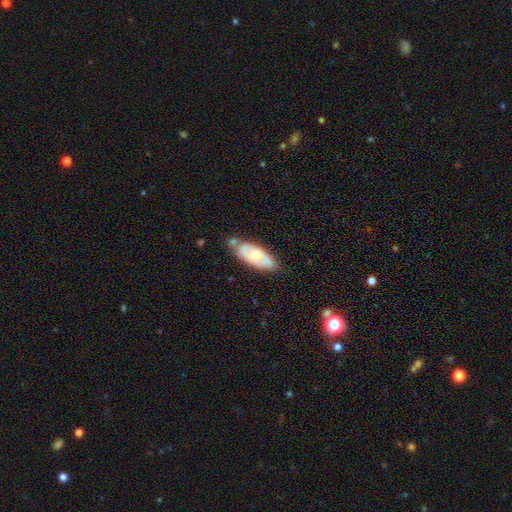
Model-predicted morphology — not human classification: smooth-or-featured: featured or disk: 49% | smooth: 45% | star or artifact: 6%
  merging: none: 63% | minor disturbance: 21% | merger: 12% | major disturbance: 5%